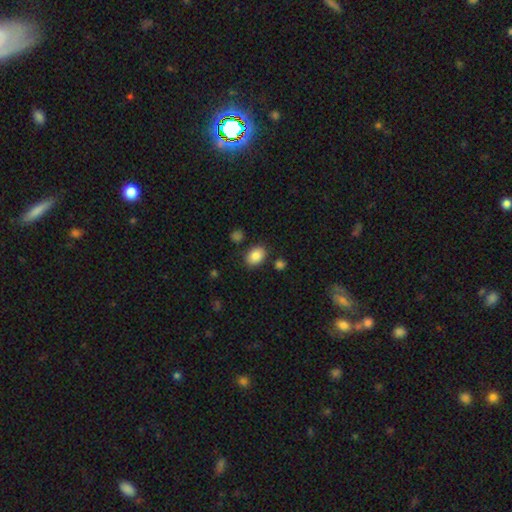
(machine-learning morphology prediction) Smooth or featured: smooth — 85% (star or artifact — 8%)
How rounded: in between — 77% (round — 22%)
Merging: none — 81% (minor disturbance — 11%)